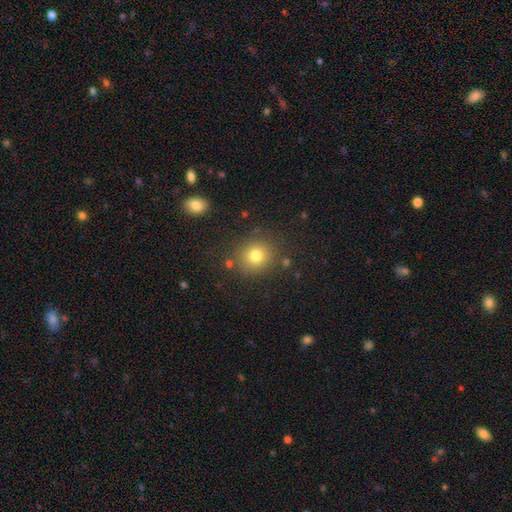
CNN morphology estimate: Smooth or featured? smooth (77%)
How rounded? round (87%)
Merging? none (84%)